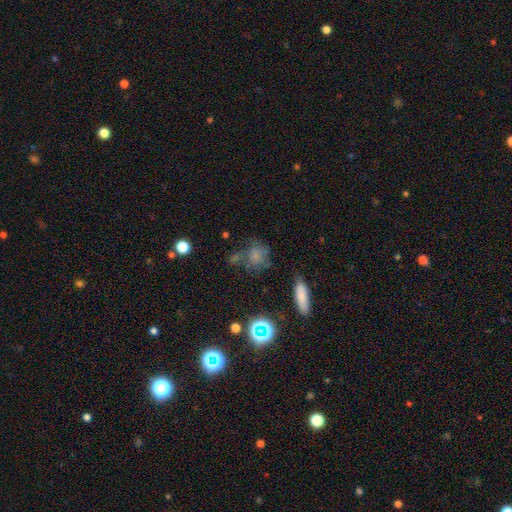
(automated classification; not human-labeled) smooth 61%, featured or disk 21%, star or artifact 18%. Down the decision tree: how rounded — round (64%); merging — none (50%).